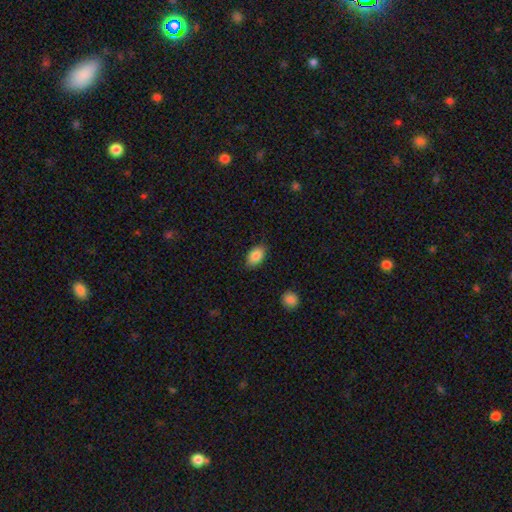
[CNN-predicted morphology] smooth_or_featured: smooth (p=0.86) [alt: star or artifact p=0.07]
how_rounded: in between (p=0.90) [alt: round p=0.09]
merging: none (p=0.84) [alt: minor disturbance p=0.12]